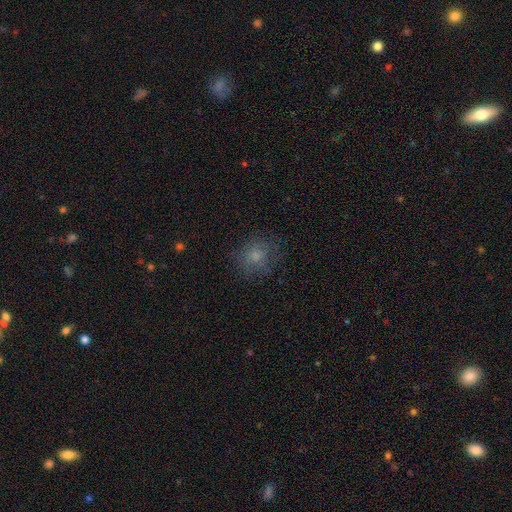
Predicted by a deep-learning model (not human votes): Morphology: type=smooth (75%); roundness=round (76%); merging=none (72%).